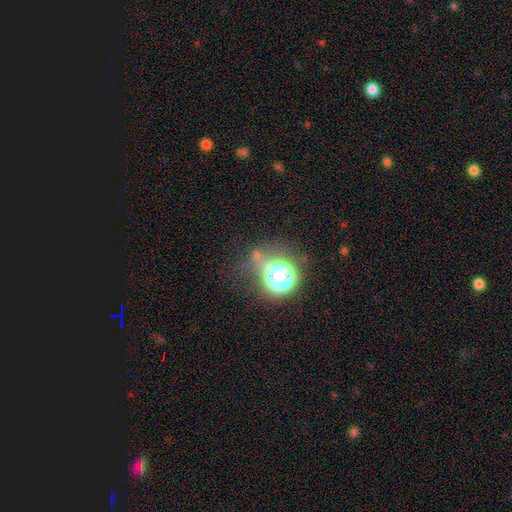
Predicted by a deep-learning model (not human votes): This is possibly a star or artifact rather than a galaxy (50%).